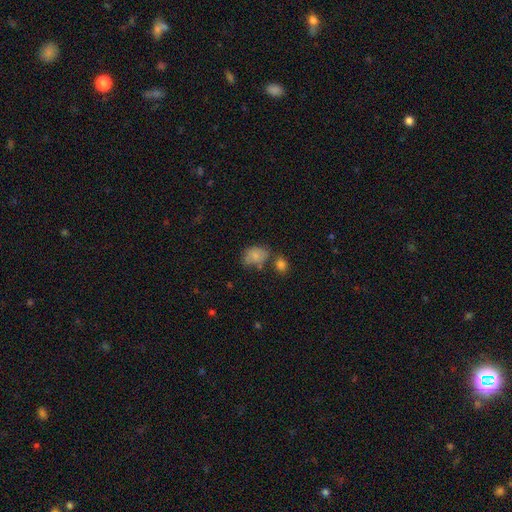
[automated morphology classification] smooth-or-featured: smooth: 78% | featured or disk: 13% | star or artifact: 9%
  how-rounded: in between: 73% | round: 26% | cigar-shaped: 1%
  merging: none: 48% | minor disturbance: 25% | merger: 17% | major disturbance: 10%